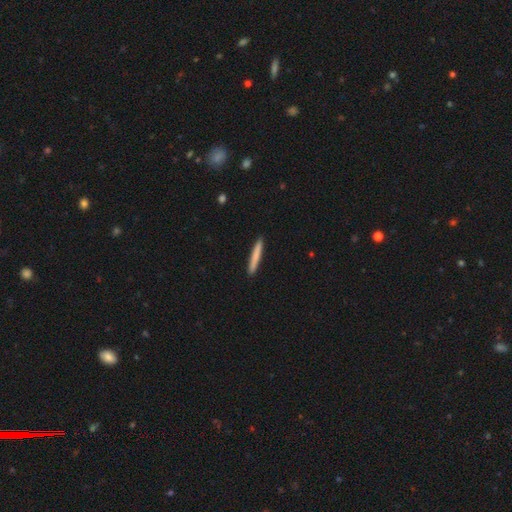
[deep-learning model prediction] Smooth or featured?
  - smooth: 79% *
  - featured or disk: 16%
  - star or artifact: 5%
How rounded?
  - cigar-shaped: 96% *
  - in between: 3%
  - round: 1%
Merging?
  - none: 92% *
  - minor disturbance: 6%
  - major disturbance: 1%
  - merger: 1%